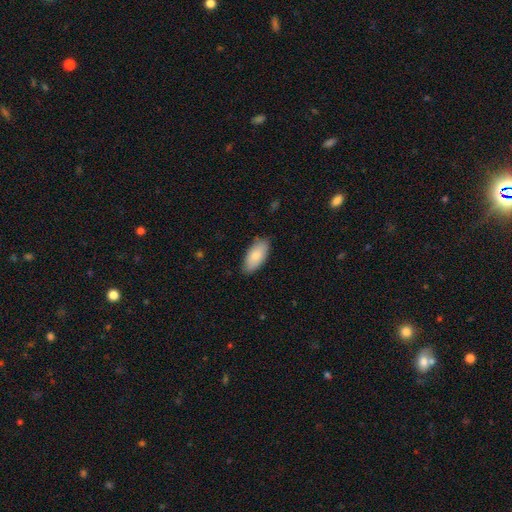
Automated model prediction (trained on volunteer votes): Smooth or featured? Predicted: smooth (p=0.81). How rounded? Predicted: in between (p=0.91). Merging? Predicted: none (p=0.82).